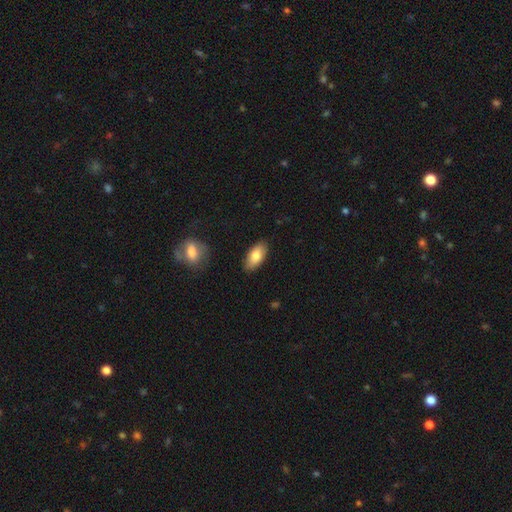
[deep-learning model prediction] Smooth or featured? smooth (82%)
How rounded? in between (91%)
Merging? none (86%)